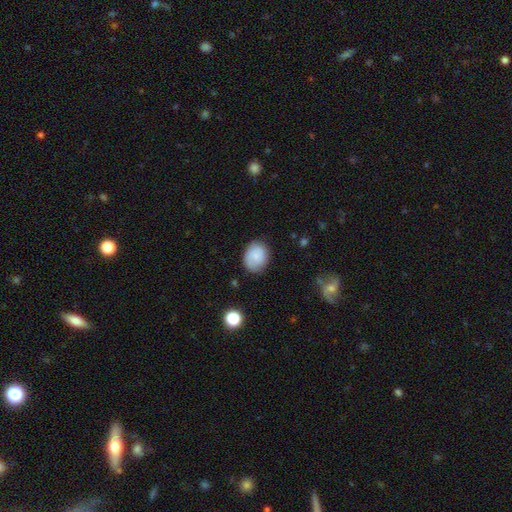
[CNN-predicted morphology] This is likely a smooth galaxy (78%). How rounded: possibly round (50%). Merging: likely none (76%).